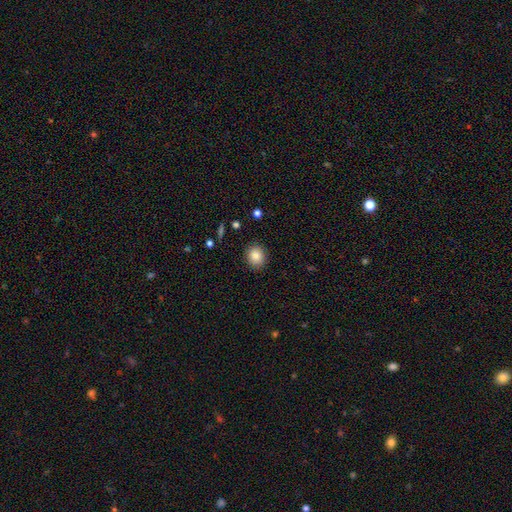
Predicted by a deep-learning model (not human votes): Smooth or featured?
  - smooth: 85% *
  - star or artifact: 9%
  - featured or disk: 6%
How rounded?
  - round: 67% *
  - in between: 32%
  - cigar-shaped: 1%
Merging?
  - none: 89% *
  - minor disturbance: 7%
  - major disturbance: 2%
  - merger: 1%